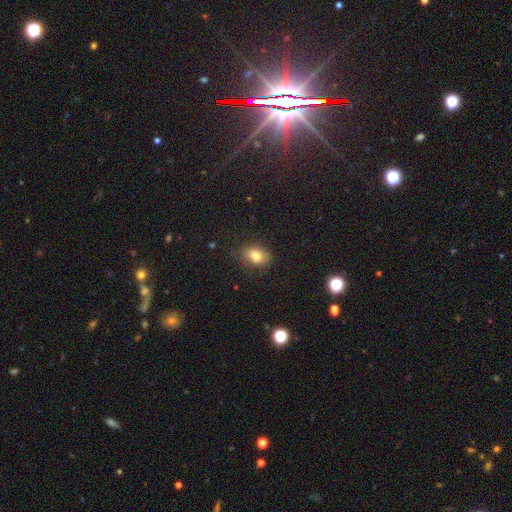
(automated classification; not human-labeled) smooth_or_featured: smooth (p=0.79) [alt: star or artifact p=0.10]
how_rounded: in between (p=0.76) [alt: round p=0.23]
merging: none (p=0.77) [alt: minor disturbance p=0.17]